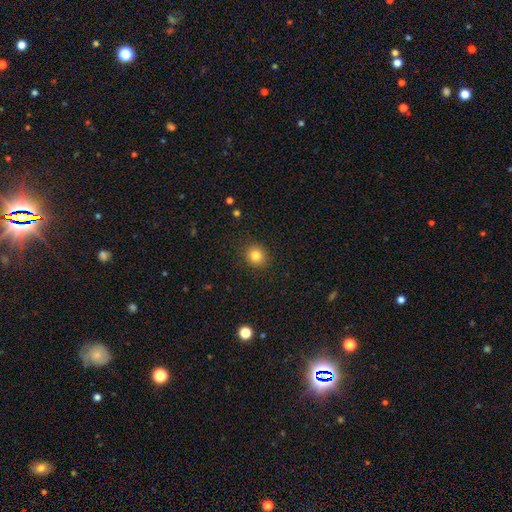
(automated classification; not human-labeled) A smooth galaxy with no disk features (82%) that is round (84%). Merging: none (90%).